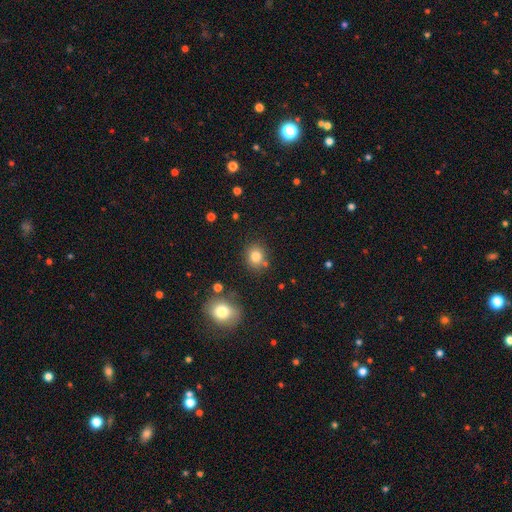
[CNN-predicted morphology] Smooth or featured? smooth (81%)
How rounded? round (73%)
Merging? none (79%)